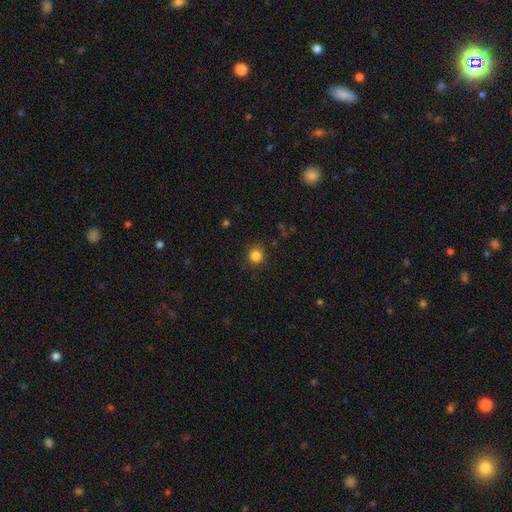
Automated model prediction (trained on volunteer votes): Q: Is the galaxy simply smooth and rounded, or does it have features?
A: smooth — 84%.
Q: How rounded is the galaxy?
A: round — 92%.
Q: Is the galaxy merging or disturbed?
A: none — 88%.